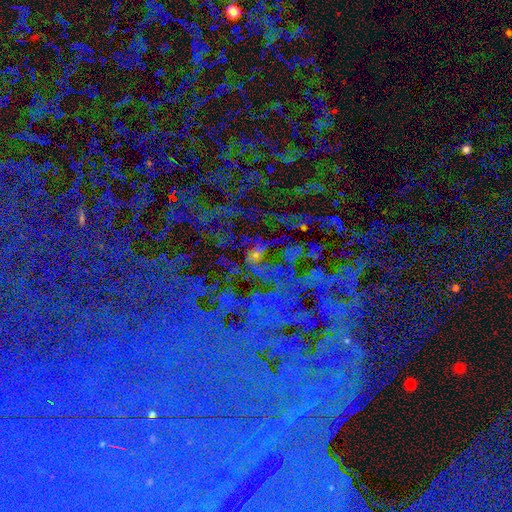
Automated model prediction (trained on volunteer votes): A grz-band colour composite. It shows a star or artifact, not a galaxy (79%).